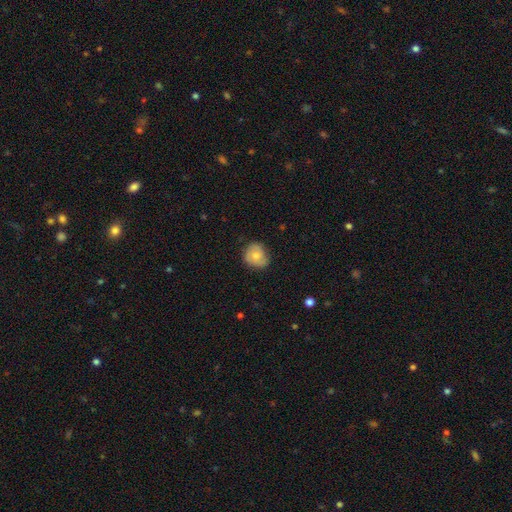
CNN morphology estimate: Smooth or featured? Predicted: smooth (p=0.67). How rounded? Predicted: round (p=0.71). Merging? Predicted: none (p=0.67).